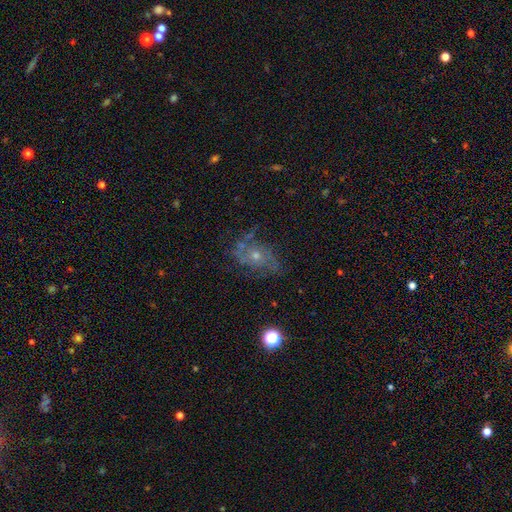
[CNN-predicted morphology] Q: Smooth or featured?
A: featured or disk (69%); runner-up: smooth (17%)
Q: Edge-on disk?
A: no (95%); runner-up: yes (5%)
Q: Bar?
A: no (80%); runner-up: weak (17%)
Q: Spiral arms?
A: yes (84%); runner-up: no (16%)
Q: Spiral winding?
A: medium (44%); runner-up: tight (28%)
Q: Spiral arm count?
A: 2 (46%); runner-up: can't tell (28%)
Q: Bulge size?
A: small (55%); runner-up: moderate (40%)
Q: Merging?
A: none (63%); runner-up: minor disturbance (21%)